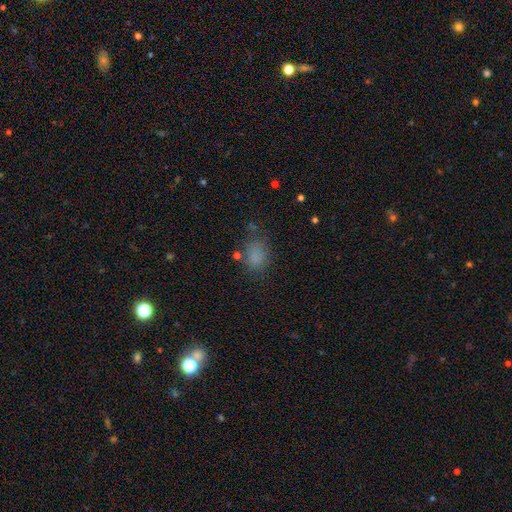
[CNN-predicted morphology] Smooth or featured? smooth (78%)
How rounded? in between (69%)
Merging? none (67%)